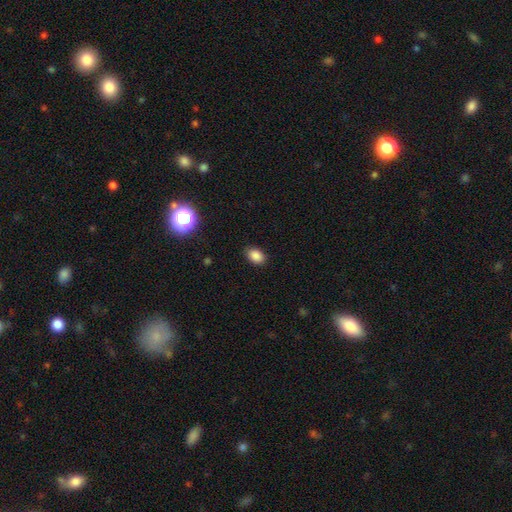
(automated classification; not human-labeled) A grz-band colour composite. It shows a smooth galaxy with no disk features (86%) that is in between round and cigar-shaped (82%). Merging: none (87%).